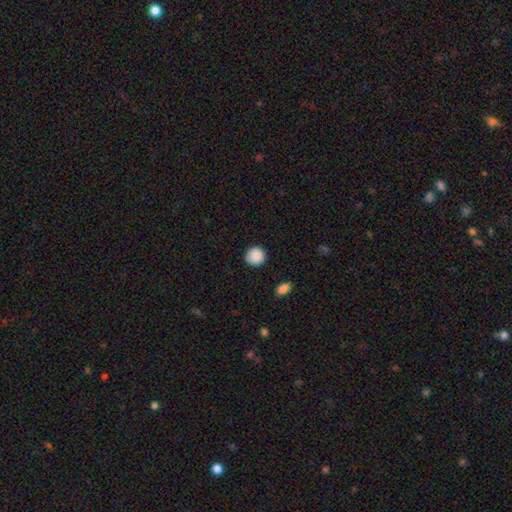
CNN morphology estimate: The model was most divided on "smooth or featured": smooth: 89%, star or artifact: 8%, featured or disk: 3%. More confident: how rounded — round (93%); merging — none (90%).